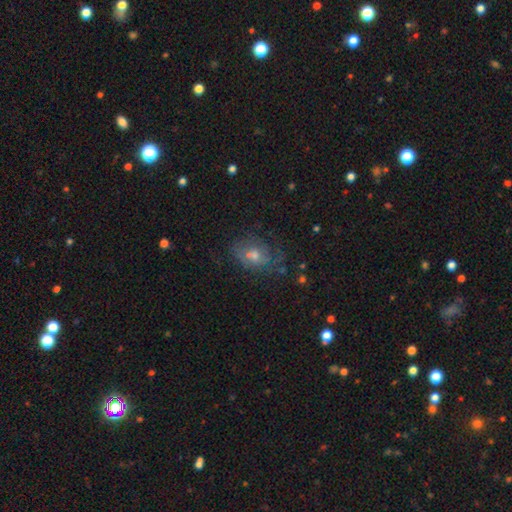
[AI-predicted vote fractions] Smooth or featured? featured or disk (45%)
Merging? none (61%)